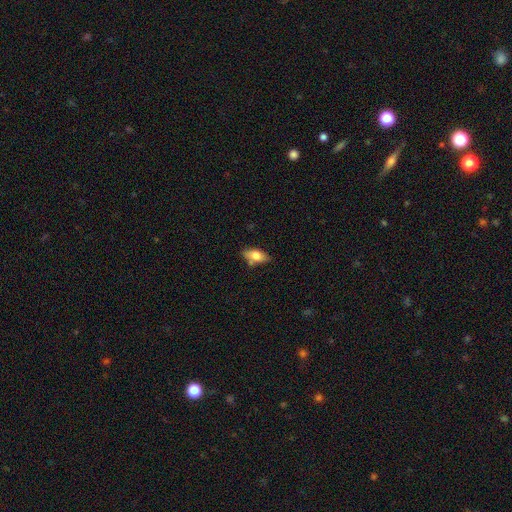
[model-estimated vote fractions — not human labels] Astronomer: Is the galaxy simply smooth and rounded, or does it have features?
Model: smooth — 72%.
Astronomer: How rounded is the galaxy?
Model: in between — 84%.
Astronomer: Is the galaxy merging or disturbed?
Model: none — 68%.